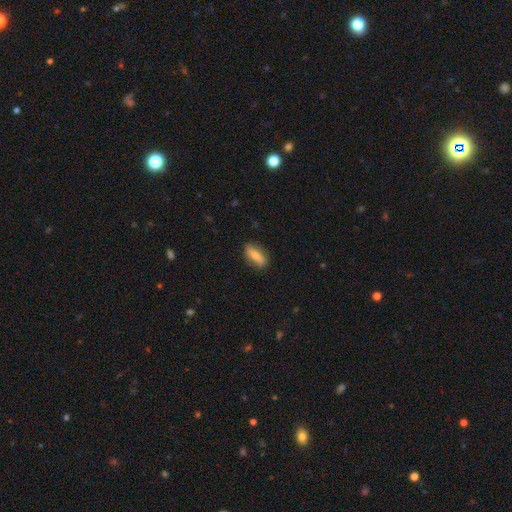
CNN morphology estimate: smooth-or-featured: smooth: 69% | featured or disk: 24% | star or artifact: 7%
  how-rounded: in between: 71% | cigar-shaped: 25% | round: 4%
  merging: none: 82% | minor disturbance: 14% | major disturbance: 3% | merger: 1%